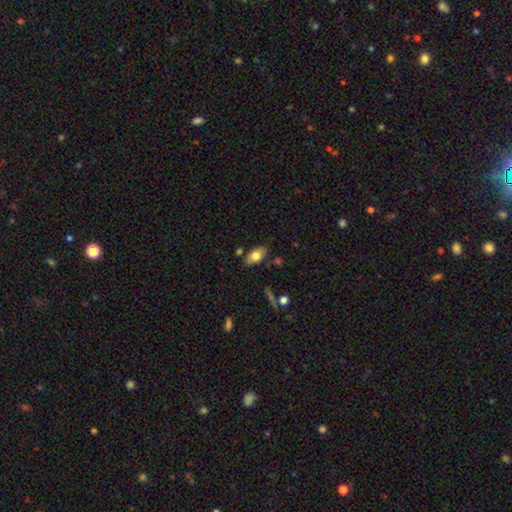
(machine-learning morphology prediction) smooth-or-featured: smooth: 73% | featured or disk: 20% | star or artifact: 7%
  how-rounded: in between: 91% | round: 5% | cigar-shaped: 4%
  merging: none: 79% | minor disturbance: 14% | merger: 4% | major disturbance: 3%